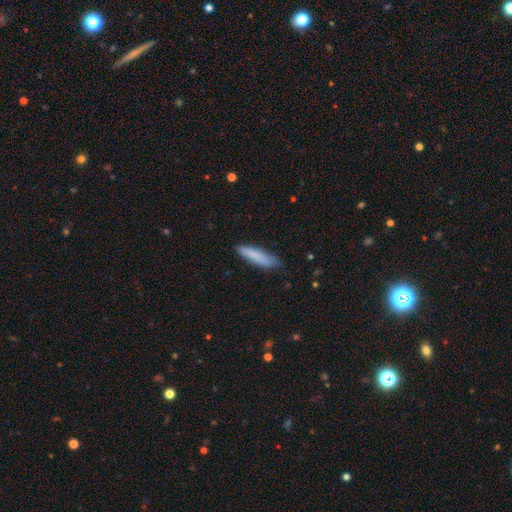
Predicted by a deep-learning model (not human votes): Overall: smooth (83%). How rounded: cigar-shaped (82%). Merging: none (79%).